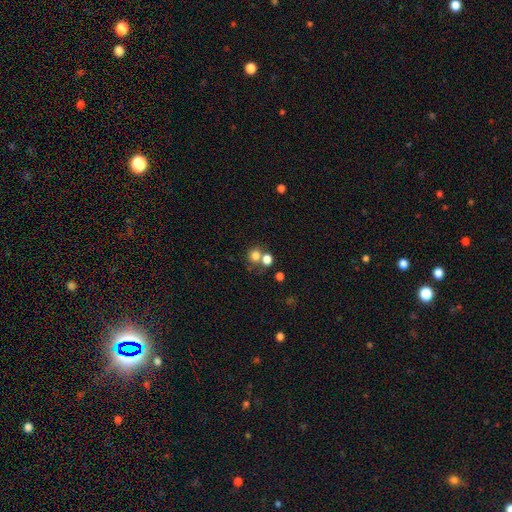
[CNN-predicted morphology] smooth 77%, star or artifact 14%, featured or disk 9%. Down the decision tree: how rounded — round (82%); merging — none (53%).